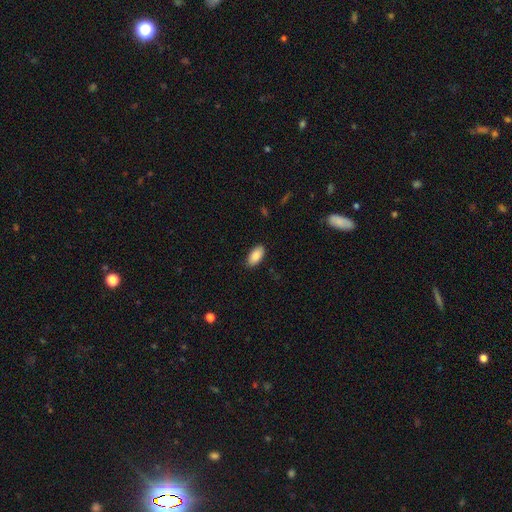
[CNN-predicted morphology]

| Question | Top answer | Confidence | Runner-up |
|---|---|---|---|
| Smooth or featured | smooth | 89% | star or artifact (6%) |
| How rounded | in between | 93% | cigar-shaped (5%) |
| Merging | none | 87% | minor disturbance (10%) |